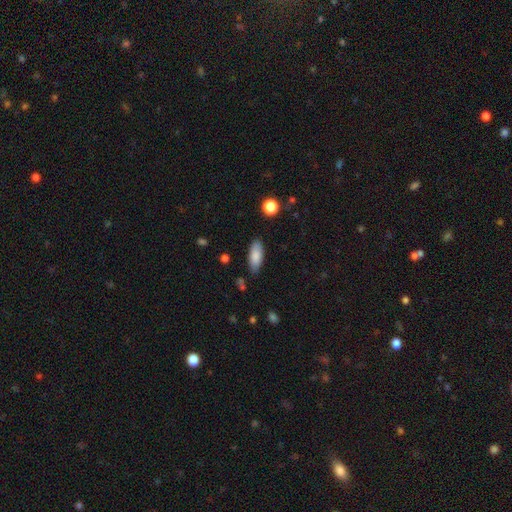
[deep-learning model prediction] Q: Smooth or featured?
A: smooth (85%); runner-up: featured or disk (8%)
Q: How rounded?
A: in between (79%); runner-up: cigar-shaped (20%)
Q: Merging?
A: none (82%); runner-up: minor disturbance (13%)